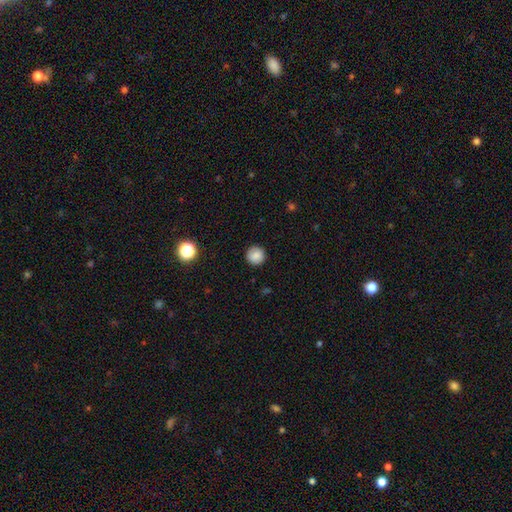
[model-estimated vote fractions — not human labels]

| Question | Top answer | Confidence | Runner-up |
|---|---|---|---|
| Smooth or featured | smooth | 86% | star or artifact (10%) |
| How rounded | round | 94% | in between (5%) |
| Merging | none | 90% | minor disturbance (7%) |